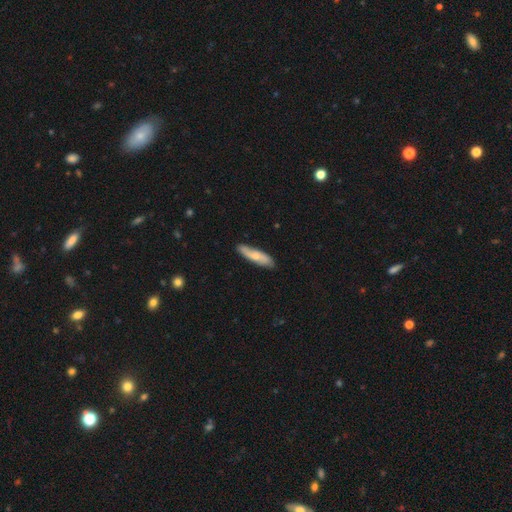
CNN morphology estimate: A smooth galaxy with no disk features (55%) that is cigar-shaped (72%). Merging: none (82%).